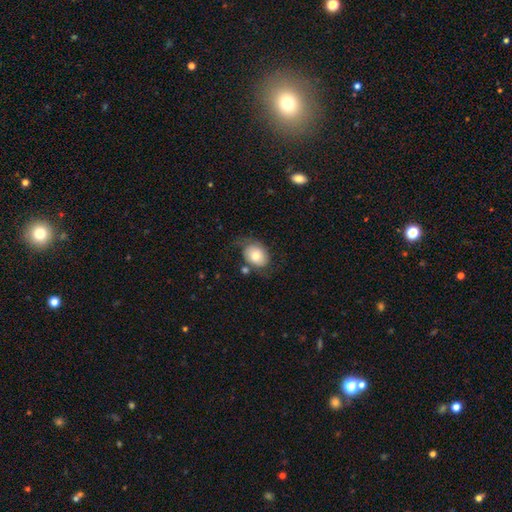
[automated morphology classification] A smooth galaxy with no disk features (64%) that is in between round and cigar-shaped (57%).

Vote fractions:
- Smooth or featured? smooth: 64% / featured or disk: 28% / star or artifact: 8%
- How rounded? in between: 57% / round: 42% / cigar-shaped: 1%
- Merging? none: 54% / minor disturbance: 25% / major disturbance: 15% / merger: 7%